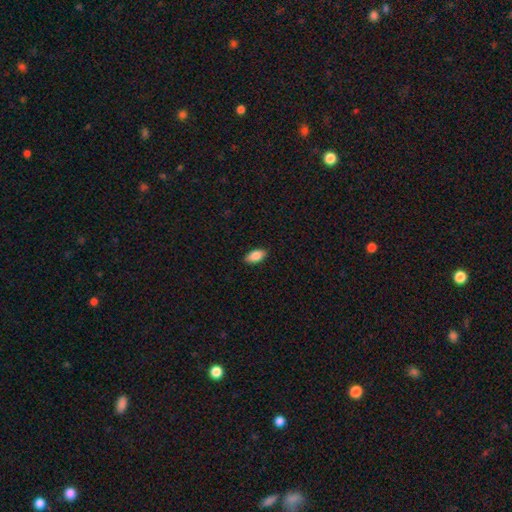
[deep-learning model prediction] Smooth or featured? Predicted: smooth (p=0.86). How rounded? Predicted: in between (p=0.91). Merging? Predicted: none (p=0.88).